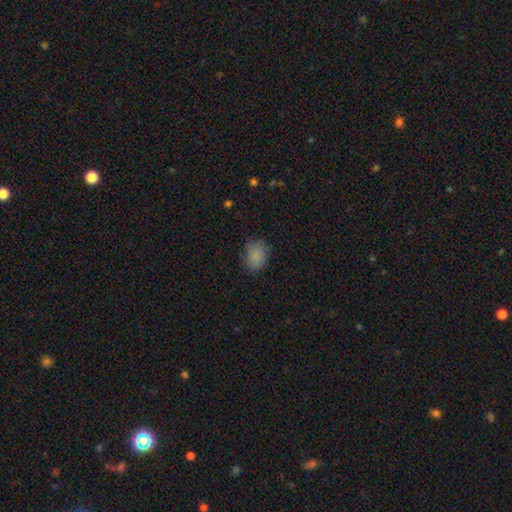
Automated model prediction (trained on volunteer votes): The model was most divided on "how rounded": in between: 60%, round: 39%, cigar-shaped: 1%. More confident: smooth or featured — smooth (85%); merging — none (79%).